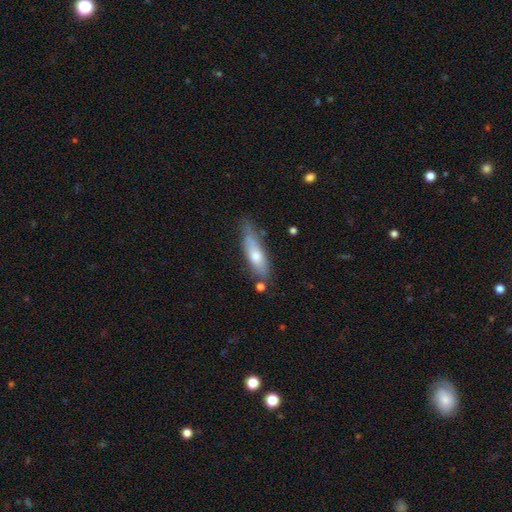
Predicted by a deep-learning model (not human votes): Smooth or featured? smooth (61%)
How rounded? cigar-shaped (62%)
Merging? none (62%)